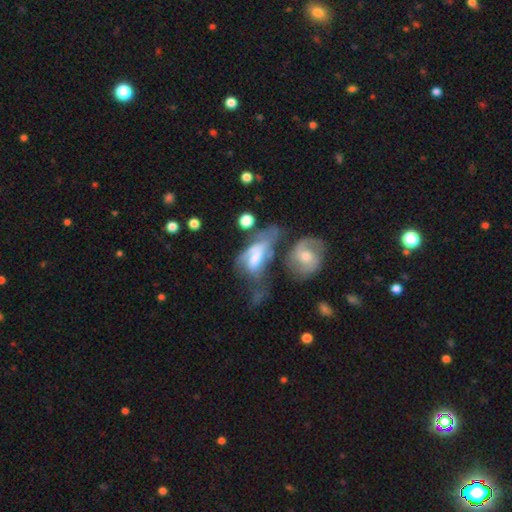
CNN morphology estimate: featured or disk 57%, smooth 35%, star or artifact 9%. Down the decision tree: edge-on disk — no (90%); bar — no (50%); spiral arms — yes (63%); bulge size — moderate (43%); merging — merger (42%).